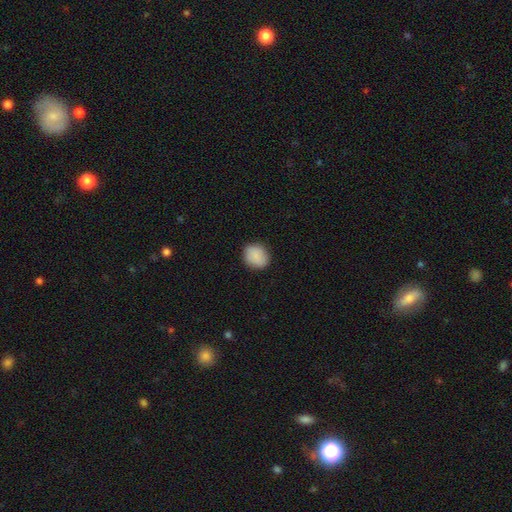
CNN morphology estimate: Smooth or featured? Predicted: smooth (p=0.88). How rounded? Predicted: round (p=0.79). Merging? Predicted: none (p=0.88).